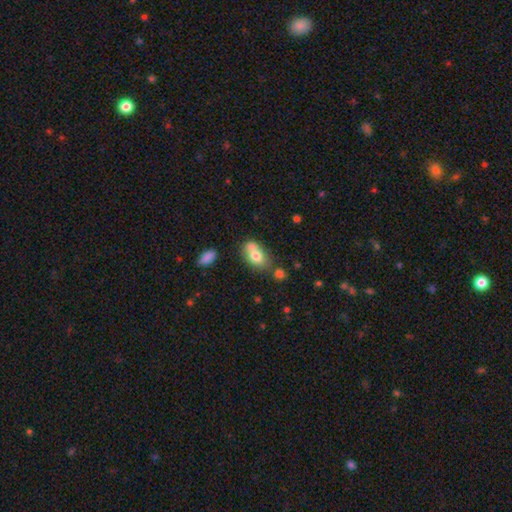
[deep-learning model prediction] smooth-or-featured: smooth: 73% | featured or disk: 18% | star or artifact: 9%
  how-rounded: in between: 83% | round: 14% | cigar-shaped: 3%
  merging: none: 42% | merger: 33% | minor disturbance: 18% | major disturbance: 7%